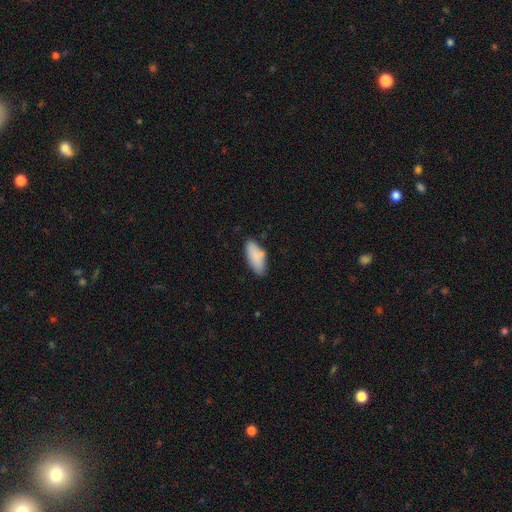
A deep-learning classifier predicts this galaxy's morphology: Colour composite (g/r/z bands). It shows a smooth galaxy with no disk features (85%) that is in between round and cigar-shaped (84%). Merging: none (74%).